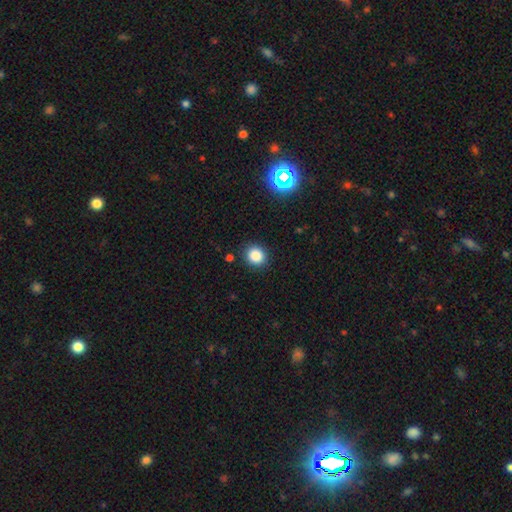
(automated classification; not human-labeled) smooth-or-featured: smooth: 84% | star or artifact: 12% | featured or disk: 4%
  how-rounded: round: 83% | in between: 16% | cigar-shaped: 1%
  merging: none: 89% | minor disturbance: 7% | major disturbance: 2% | merger: 2%